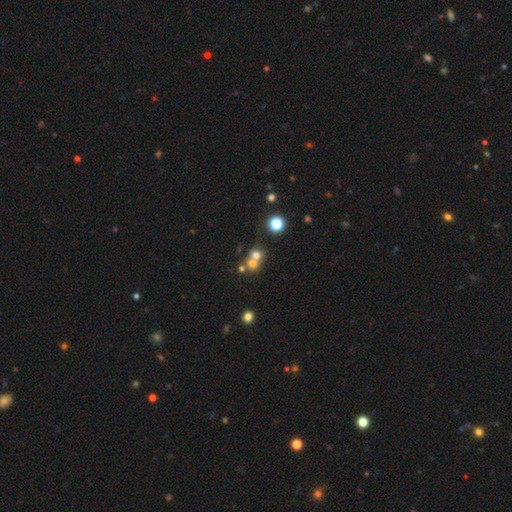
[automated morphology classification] The model was most divided on "merging": merger: 55%, none: 35%, minor disturbance: 6%, major disturbance: 4%. More confident: how rounded — round (82%); smooth or featured — smooth (66%).